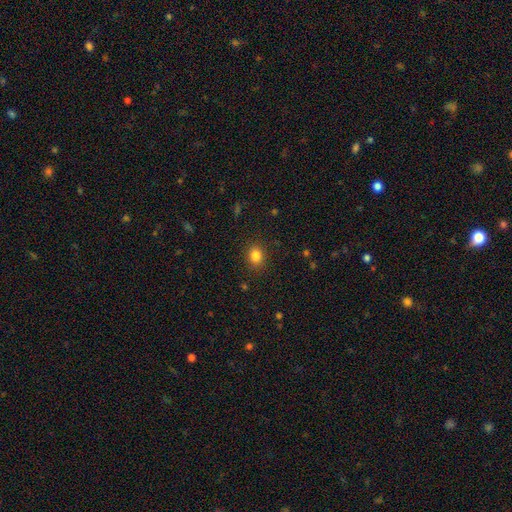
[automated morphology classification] The model was most divided on "how rounded": round: 59%, in between: 40%, cigar-shaped: 1%. More confident: merging — none (88%); smooth or featured — smooth (84%).